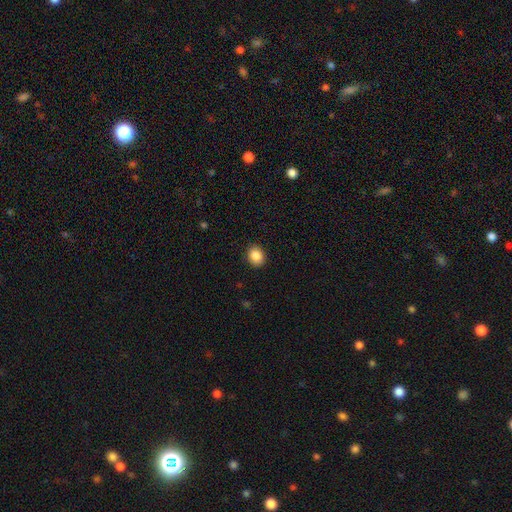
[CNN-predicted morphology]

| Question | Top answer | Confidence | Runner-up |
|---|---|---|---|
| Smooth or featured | smooth | 88% | star or artifact (9%) |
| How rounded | round | 57% | in between (42%) |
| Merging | none | 89% | minor disturbance (8%) |